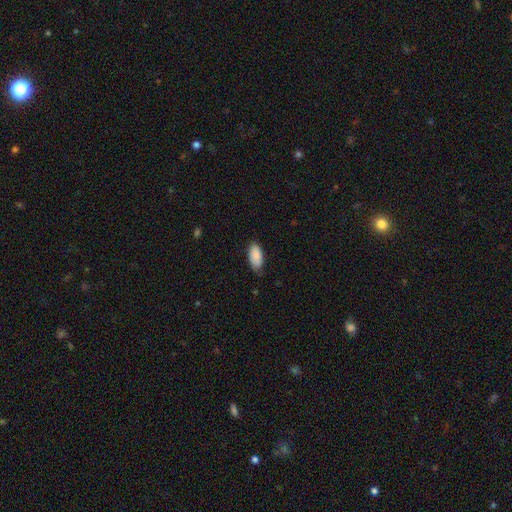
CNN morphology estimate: Overall: smooth (87%). How rounded: in between (92%). Merging: none (72%).